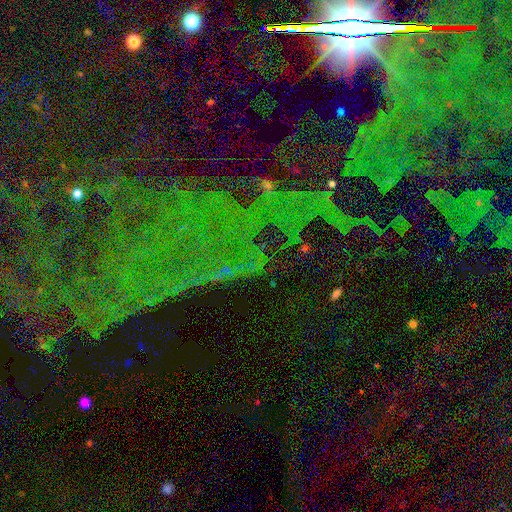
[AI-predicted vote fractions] star or artifact 80%, featured or disk 12%, smooth 9%.